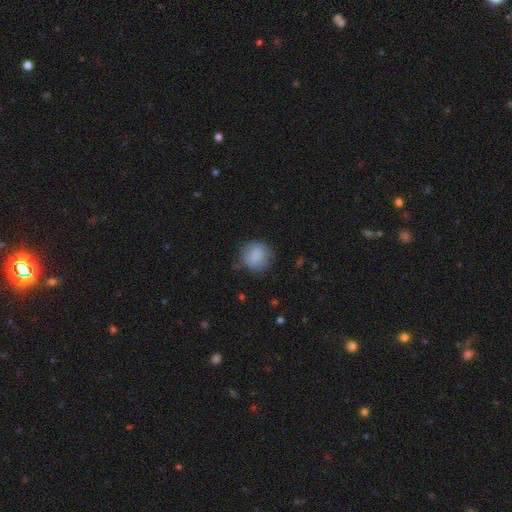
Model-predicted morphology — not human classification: Smooth or featured: smooth — 86% (star or artifact — 8%)
How rounded: round — 87% (in between — 12%)
Merging: none — 75% (minor disturbance — 18%)